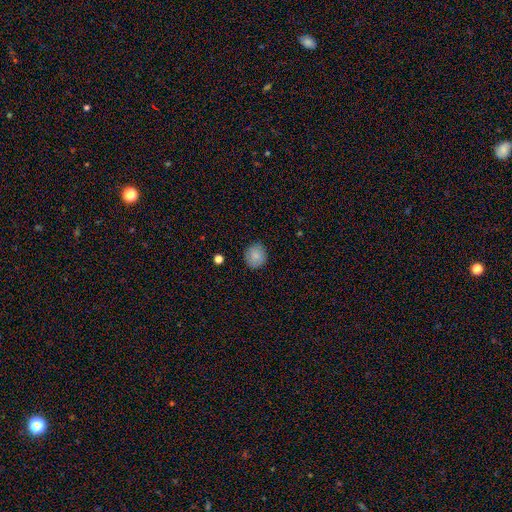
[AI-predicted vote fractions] smooth_or_featured: smooth (p=0.85) [alt: star or artifact p=0.08]
how_rounded: round (p=0.85) [alt: in between p=0.14]
merging: none (p=0.88) [alt: minor disturbance p=0.09]